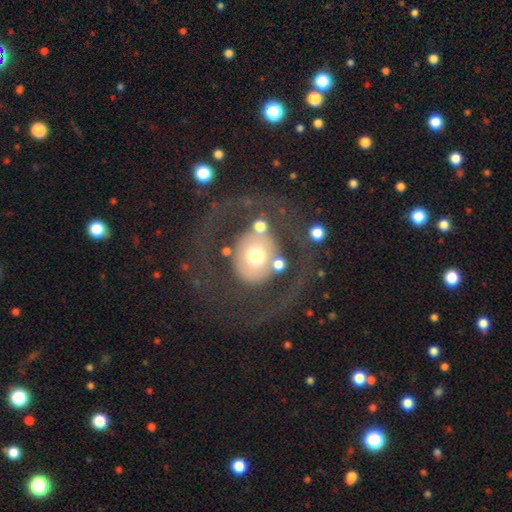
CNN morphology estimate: type=featured or disk (49%); merging=none (55%).